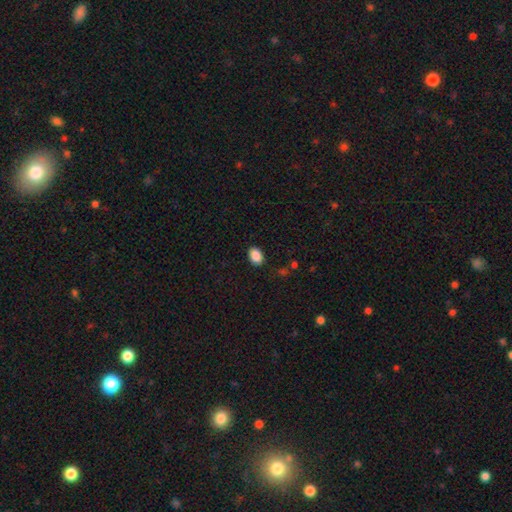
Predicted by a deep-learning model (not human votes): This appears to be a smooth galaxy with no disk features (88%) that is in between round and cigar-shaped (80%). Merging: none (88%).